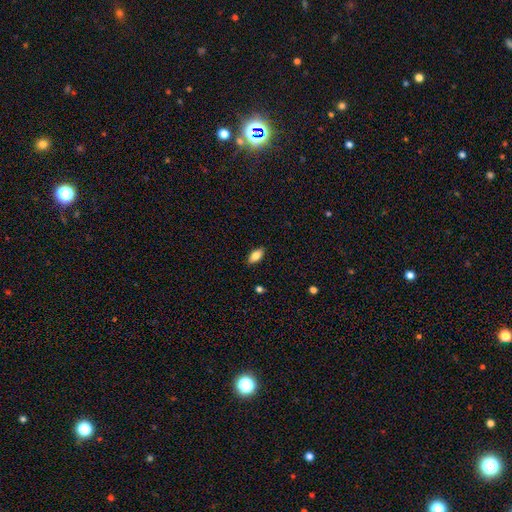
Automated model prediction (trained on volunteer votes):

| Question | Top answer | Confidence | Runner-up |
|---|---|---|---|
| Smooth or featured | smooth | 83% | featured or disk (10%) |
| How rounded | in between | 89% | cigar-shaped (8%) |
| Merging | none | 87% | minor disturbance (9%) |